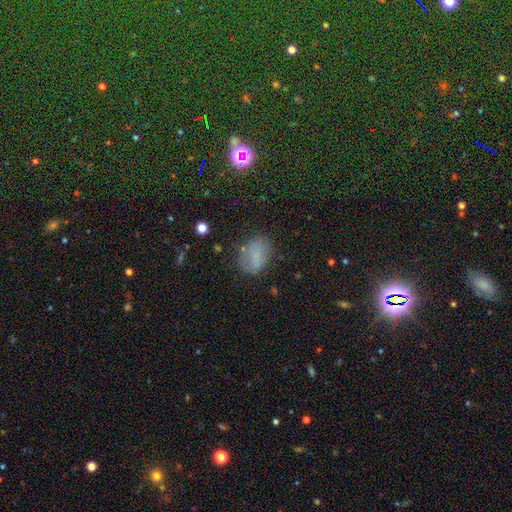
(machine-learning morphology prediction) This appears to be a smooth galaxy with no disk features (67%) that is in between round and cigar-shaped (76%). Merging: none (64%).